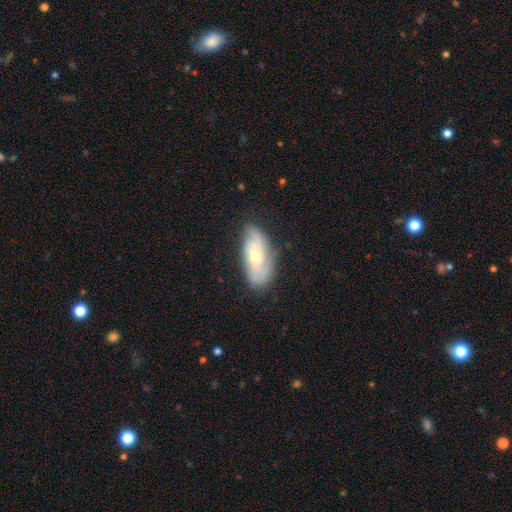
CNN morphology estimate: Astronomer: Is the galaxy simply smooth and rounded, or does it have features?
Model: featured or disk — 51% (runner-up: smooth, 41%).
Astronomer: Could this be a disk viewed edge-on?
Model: no — 87%.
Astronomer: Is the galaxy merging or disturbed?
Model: none — 71%.